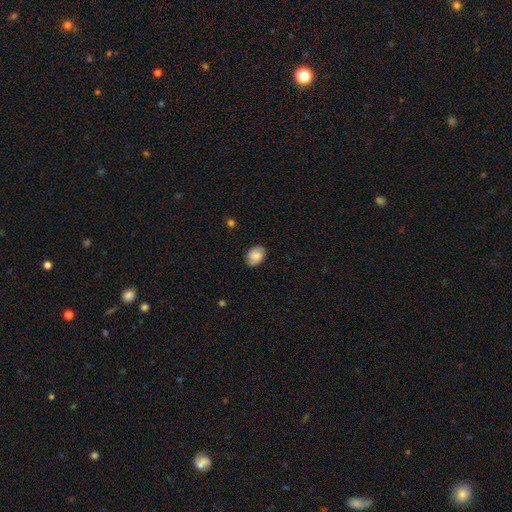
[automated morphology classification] A smooth galaxy with no disk features (69%) that is in between round and cigar-shaped (78%).

Vote fractions:
- Smooth or featured? smooth: 69% / featured or disk: 23% / star or artifact: 8%
- How rounded? in between: 78% / round: 21% / cigar-shaped: 1%
- Merging? none: 81% / minor disturbance: 15% / major disturbance: 3% / merger: 1%